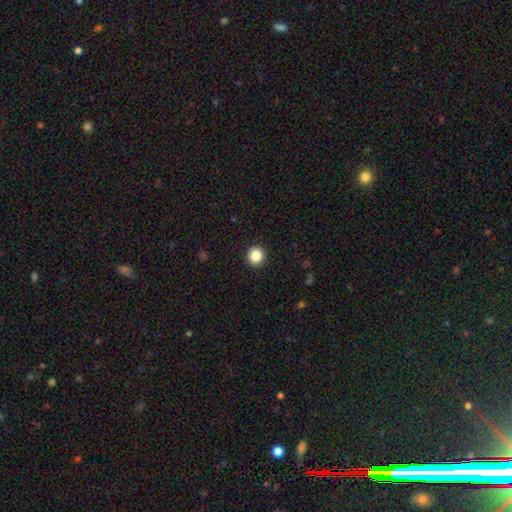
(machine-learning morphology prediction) A smooth galaxy with no disk features (87%) that is round (91%).

Vote fractions:
- Smooth or featured? smooth: 87% / star or artifact: 10% / featured or disk: 3%
- How rounded? round: 91% / in between: 9% / cigar-shaped: 1%
- Merging? none: 92% / minor disturbance: 5% / major disturbance: 2% / merger: 1%